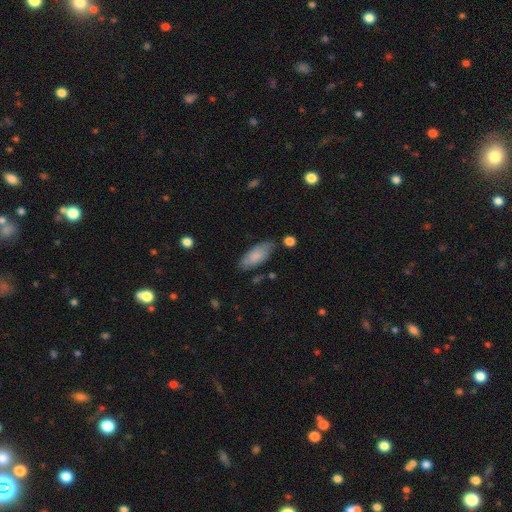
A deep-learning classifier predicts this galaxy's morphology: Smooth or featured? Predicted: smooth (p=0.77). How rounded? Predicted: in between (p=0.84). Merging? Predicted: none (p=0.73).